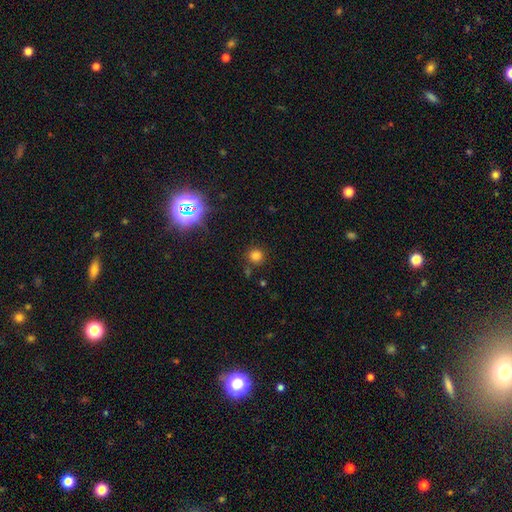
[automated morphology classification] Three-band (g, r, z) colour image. It shows a smooth galaxy with no disk features (75%) that is round (93%). Merging: none (81%).